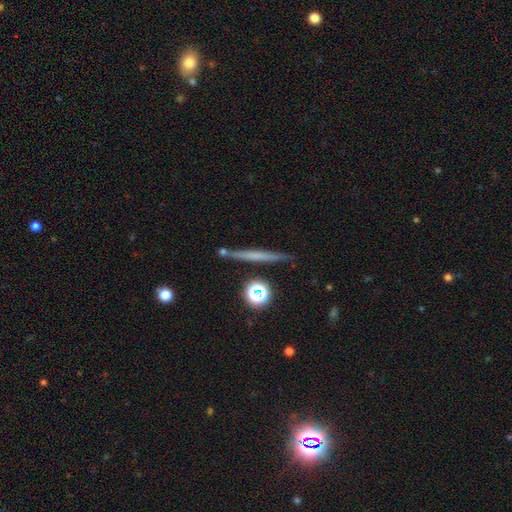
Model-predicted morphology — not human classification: A featured or disk galaxy (46%).

Vote fractions:
- Smooth or featured? featured or disk: 46% / smooth: 42% / star or artifact: 12%
- Merging? none: 83% / minor disturbance: 9% / merger: 5% / major disturbance: 3%